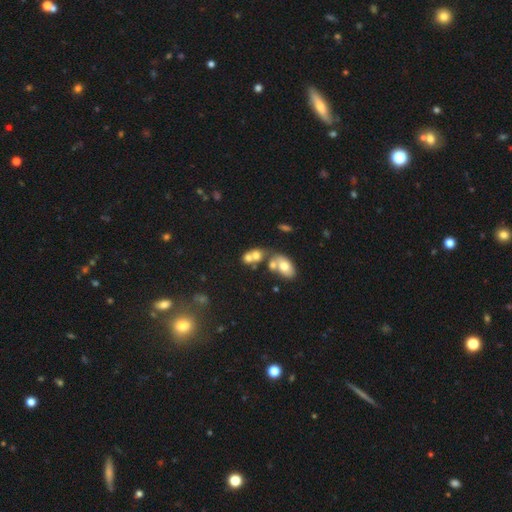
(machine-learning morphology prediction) smooth 64%, featured or disk 22%, star or artifact 13%. Down the decision tree: how rounded — in between (56%); merging — merger (62%).